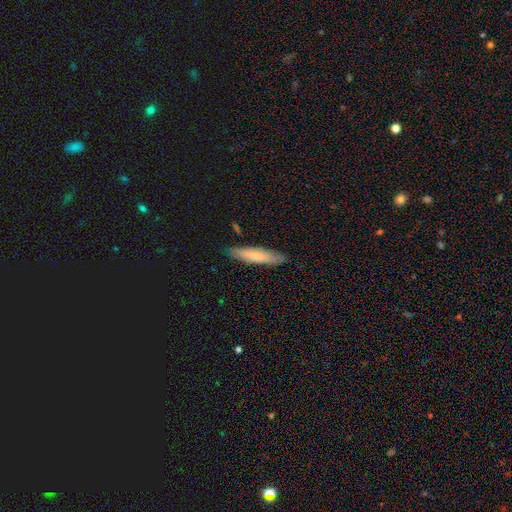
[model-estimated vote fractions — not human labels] This appears to be a smooth galaxy with no disk features (62%) that is cigar-shaped (84%). Merging: none (87%).